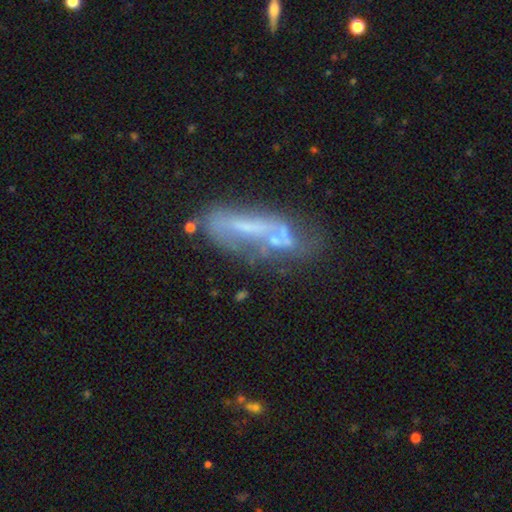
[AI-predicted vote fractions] Smooth or featured? featured or disk (62%)
Edge-on disk? no (80%)
Merging? none (41%)